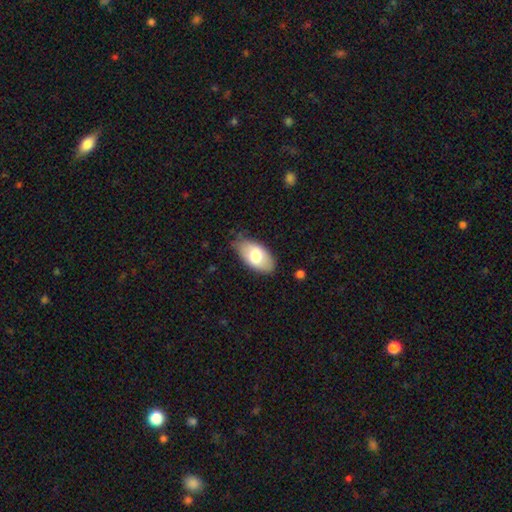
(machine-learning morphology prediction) Smooth or featured? smooth (73%)
How rounded? in between (94%)
Merging? none (78%)